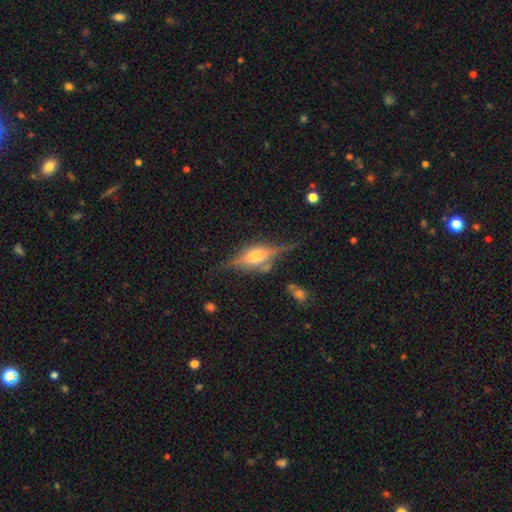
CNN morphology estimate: Q: Smooth or featured?
A: featured or disk (73%); runner-up: smooth (18%)
Q: Edge-on disk?
A: yes (95%); runner-up: no (5%)
Q: Edge-on bulge?
A: rounded (84%); runner-up: boxy (14%)
Q: Merging?
A: none (74%); runner-up: minor disturbance (17%)